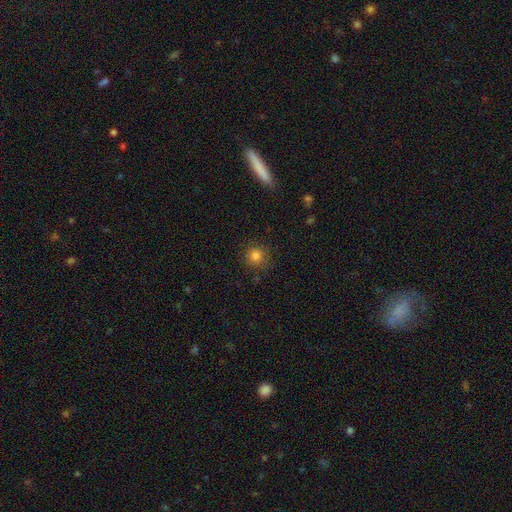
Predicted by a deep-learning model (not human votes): A smooth galaxy with no disk features (82%) that is round (93%). Merging: none (86%).